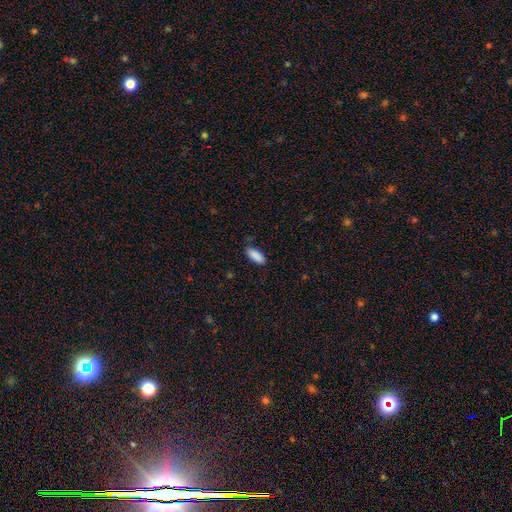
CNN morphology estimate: smooth 90%, star or artifact 7%, featured or disk 4%. Down the decision tree: how rounded — in between (82%); merging — none (84%).